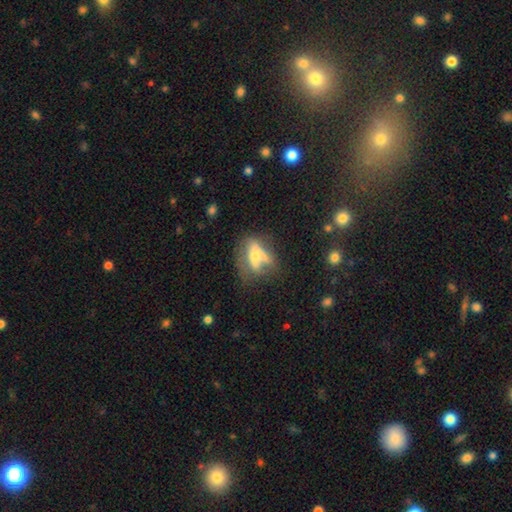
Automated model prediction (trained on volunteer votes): Smooth or featured? smooth (46%)
Merging? none (35%)